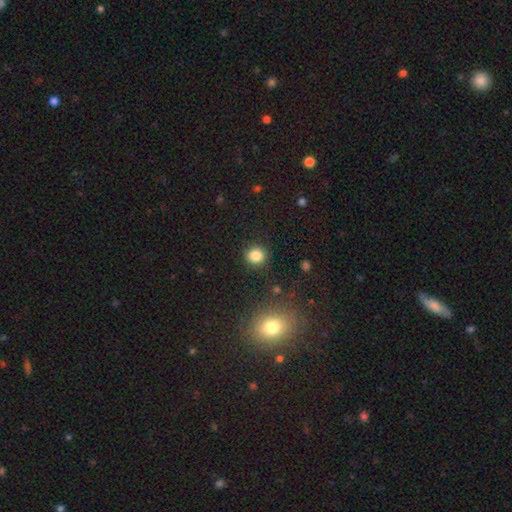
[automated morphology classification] Smooth or featured: smooth — 85% (star or artifact — 11%)
How rounded: round — 81% (in between — 18%)
Merging: none — 88% (minor disturbance — 7%)